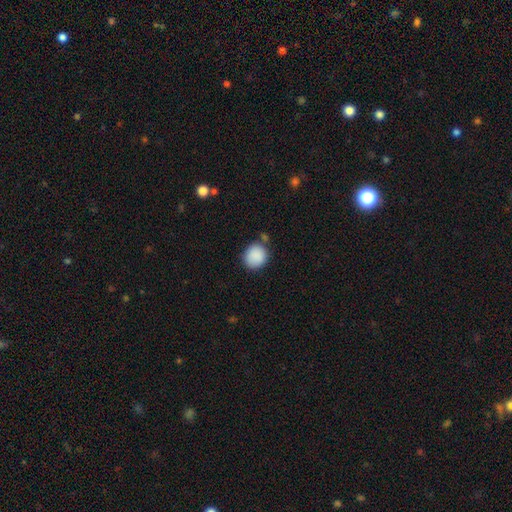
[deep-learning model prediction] This is clearly a smooth galaxy (89%). How rounded: clearly round (80%). Merging: likely none (74%).